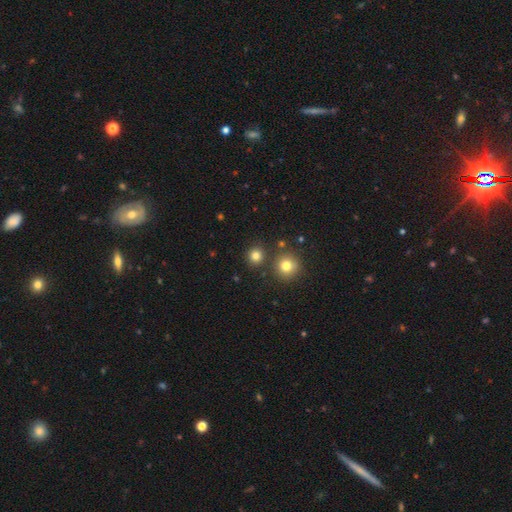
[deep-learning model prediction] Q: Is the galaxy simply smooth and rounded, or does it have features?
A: smooth — 80%.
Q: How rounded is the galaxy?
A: round — 89%.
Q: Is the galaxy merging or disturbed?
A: none — 85%.